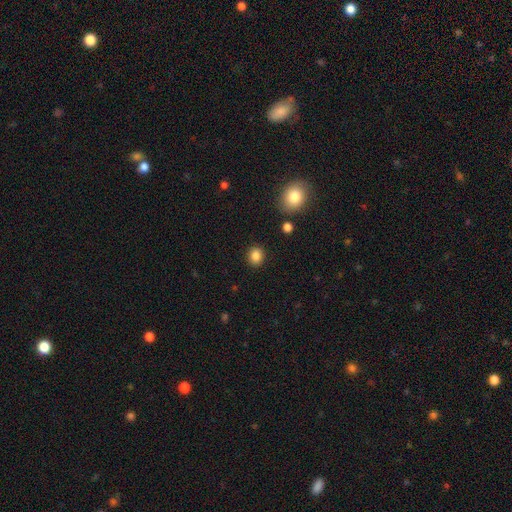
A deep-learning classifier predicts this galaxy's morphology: The model was most divided on "how rounded": round: 69%, in between: 30%, cigar-shaped: 1%. More confident: merging — none (88%); smooth or featured — smooth (86%).